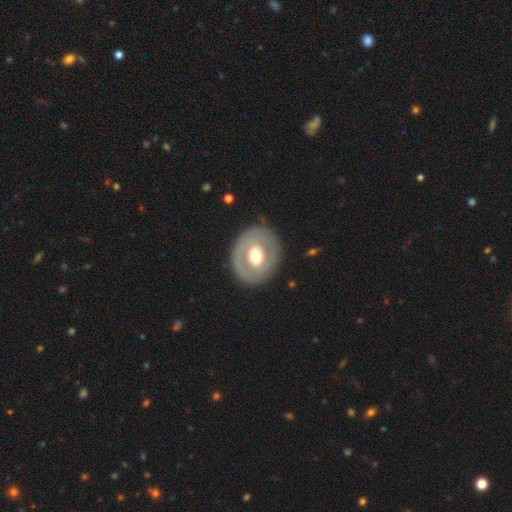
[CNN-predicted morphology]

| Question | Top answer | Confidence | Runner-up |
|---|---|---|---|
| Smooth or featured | featured or disk | 56% | smooth (39%) |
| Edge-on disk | no | 95% | yes (5%) |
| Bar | no | 69% | weak (21%) |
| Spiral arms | no | 82% | yes (18%) |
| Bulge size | moderate | 68% | large (19%) |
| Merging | none | 83% | minor disturbance (11%) |